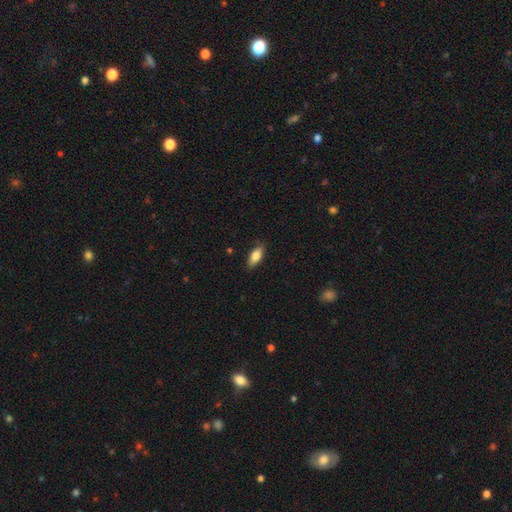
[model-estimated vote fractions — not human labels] smooth_or_featured: smooth (p=0.81) [alt: featured or disk p=0.12]
how_rounded: in between (p=0.83) [alt: cigar-shaped p=0.15]
merging: none (p=0.84) [alt: minor disturbance p=0.12]